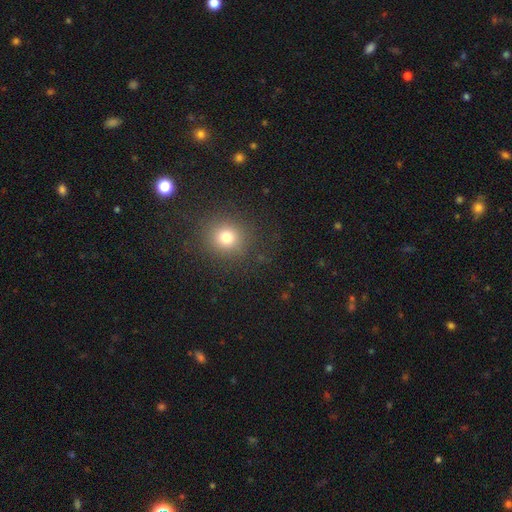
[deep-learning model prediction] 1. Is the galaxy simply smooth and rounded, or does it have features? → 66% smooth, 27% star or artifact, 7% featured or disk.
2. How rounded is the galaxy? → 89% round, 10% in between, 1% cigar-shaped.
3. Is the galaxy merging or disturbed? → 90% none, 6% minor disturbance, 3% major disturbance, 1% merger.